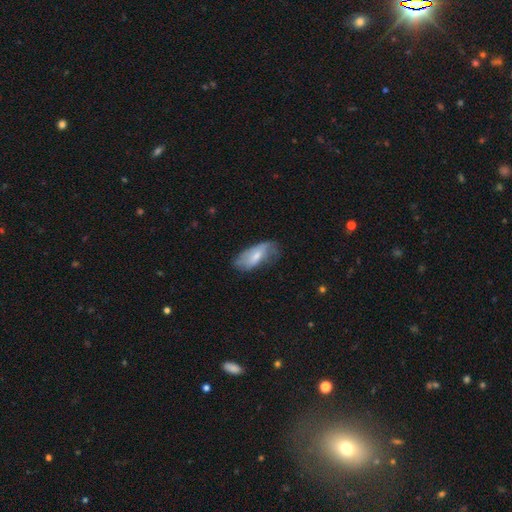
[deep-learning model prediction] Smooth or featured?
  - smooth: 58% *
  - featured or disk: 35%
  - star or artifact: 7%
How rounded?
  - in between: 85% *
  - cigar-shaped: 13%
  - round: 2%
Merging?
  - none: 47% *
  - minor disturbance: 34%
  - major disturbance: 17%
  - merger: 2%